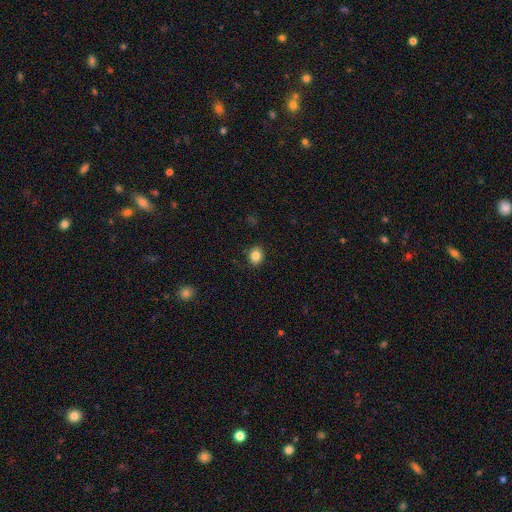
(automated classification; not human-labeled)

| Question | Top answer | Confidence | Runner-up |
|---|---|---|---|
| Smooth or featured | smooth | 84% | star or artifact (10%) |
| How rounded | round | 64% | in between (35%) |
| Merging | none | 89% | minor disturbance (8%) |